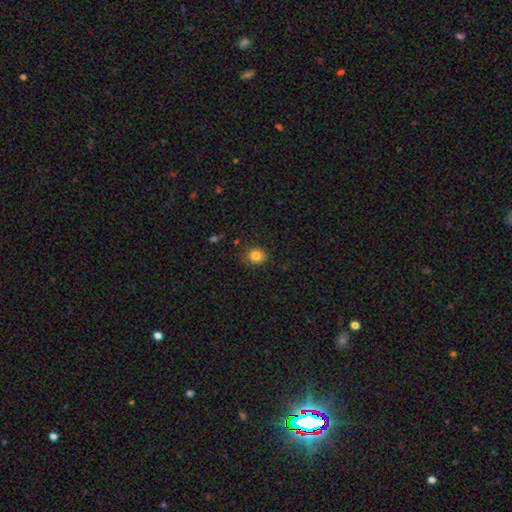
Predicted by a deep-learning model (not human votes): smooth_or_featured: smooth (p=0.84) [alt: star or artifact p=0.11]
how_rounded: round (p=0.72) [alt: in between p=0.28]
merging: none (p=0.84) [alt: minor disturbance p=0.12]